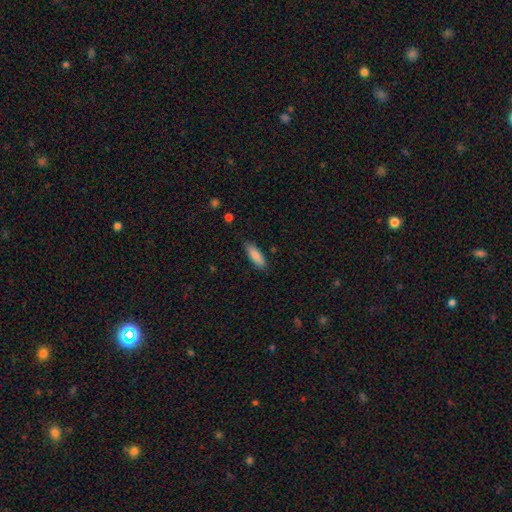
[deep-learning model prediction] Overall: smooth (86%). How rounded: in between (53%; cigar-shaped 45%). Merging: none (85%).